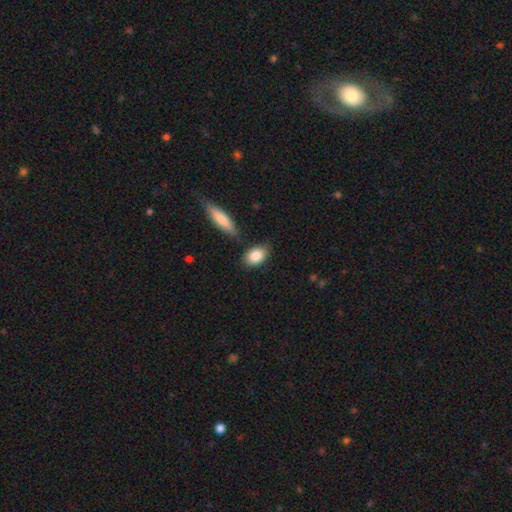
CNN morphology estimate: Smooth or featured?
  - smooth: 85% *
  - featured or disk: 8%
  - star or artifact: 7%
How rounded?
  - in between: 80% *
  - round: 17%
  - cigar-shaped: 4%
Merging?
  - none: 73% *
  - minor disturbance: 15%
  - merger: 8%
  - major disturbance: 3%